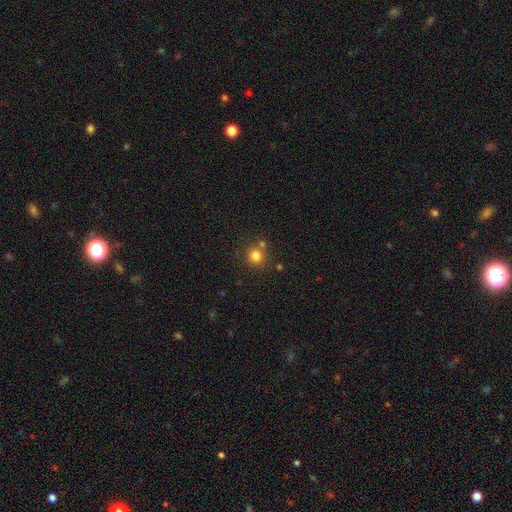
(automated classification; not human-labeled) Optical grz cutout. It shows a smooth galaxy with no disk features (81%) that is round (88%). Merging: none (73%).